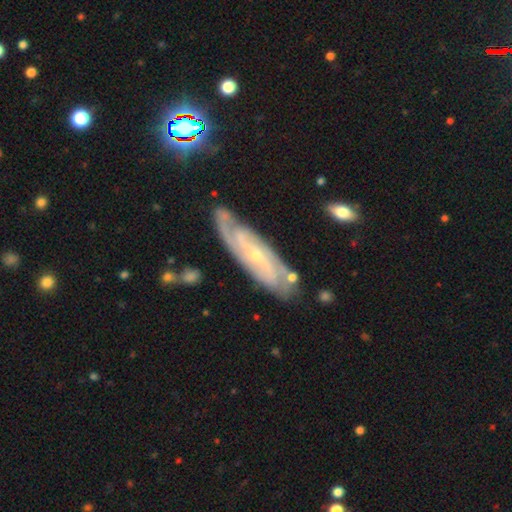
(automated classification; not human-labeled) Morphology: type=featured or disk (84%); edge-on=no (86%); bar=no (60%); spiral arms=yes (96%); winding=tight (60%); arm count=2 (35%); bulge=small (79%); merging=none (74%).